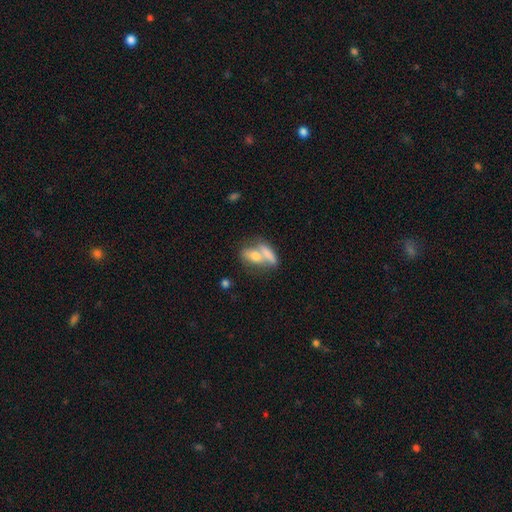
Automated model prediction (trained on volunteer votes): A smooth galaxy with no disk features (67%) that is in between round and cigar-shaped (65%). Merging: merger (52%).